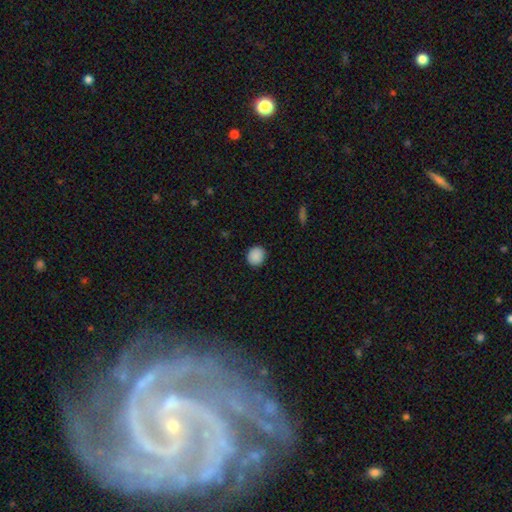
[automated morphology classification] Smooth or featured? Predicted: smooth (p=0.89). How rounded? Predicted: round (p=0.82). Merging? Predicted: none (p=0.90).